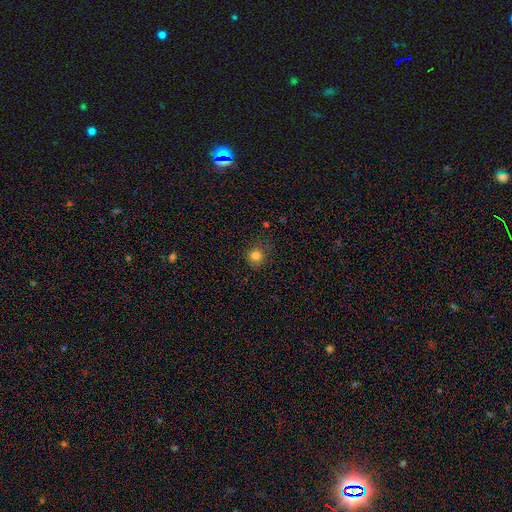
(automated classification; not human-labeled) Morphology: type=smooth (83%); roundness=round (91%); merging=none (82%).